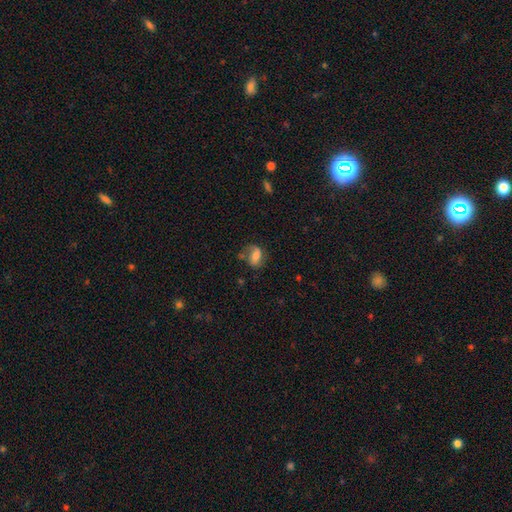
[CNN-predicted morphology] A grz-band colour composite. It shows a smooth galaxy with no disk features (57%) that is in between round and cigar-shaped (77%). Merging: none (53%).